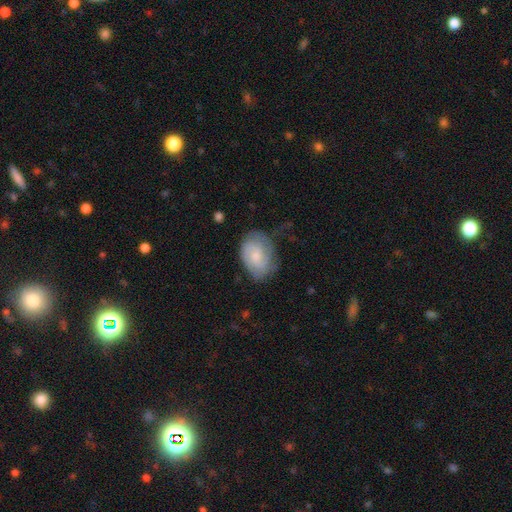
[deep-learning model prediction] The model was most divided on "bulge size": small: 45%, moderate: 40%, none: 9%, large: 4%, dominant: 1%. More confident: edge-on disk — no (97%); spiral arms — yes (85%); bar — no (63%); merging — none (62%); smooth or featured — featured or disk (52%).